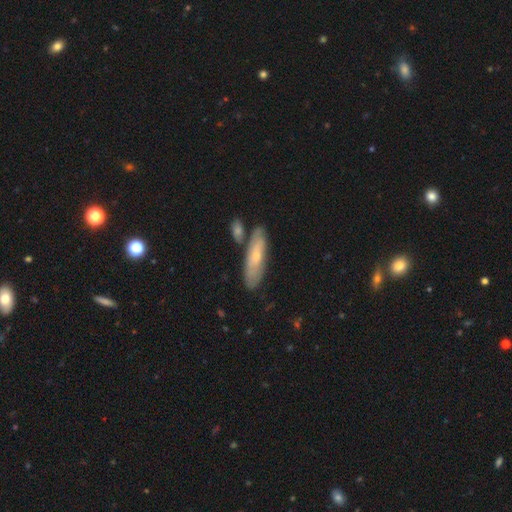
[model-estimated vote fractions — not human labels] Smooth or featured? smooth (52%)
How rounded? cigar-shaped (58%)
Merging? none (69%)